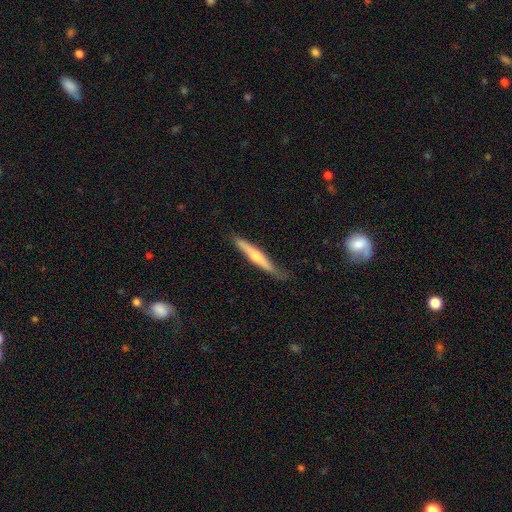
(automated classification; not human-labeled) Overall: featured or disk (59%; smooth 35%). Edge-on disk: yes (94%). Edge-on bulge: rounded (81%). Merging: none (76%).